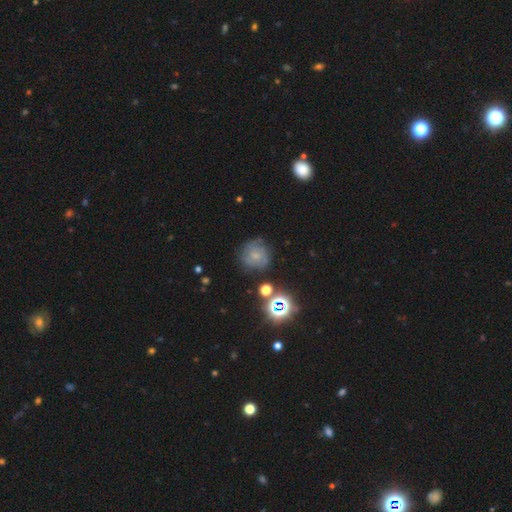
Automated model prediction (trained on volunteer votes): featured or disk 42%, smooth 41%, star or artifact 17%. Down the decision tree: merging — none (67%).